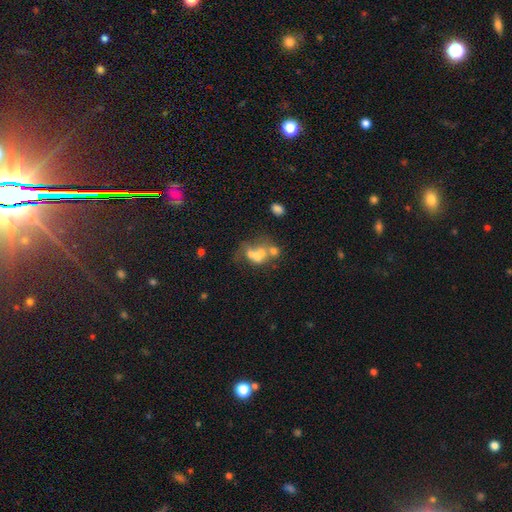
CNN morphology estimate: smooth 44%, featured or disk 39%, star or artifact 17%. Down the decision tree: merging — merger (55%).